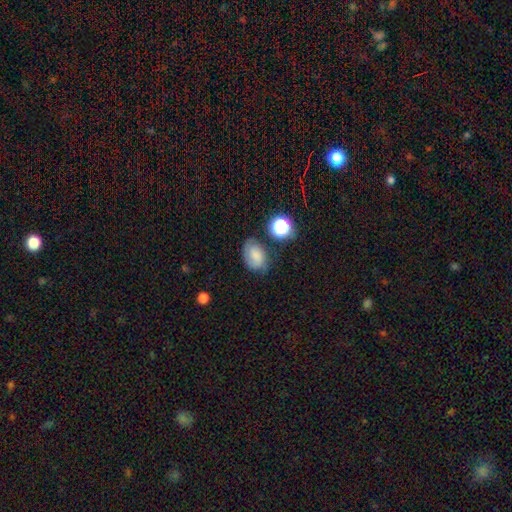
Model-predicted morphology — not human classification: smooth_or_featured: smooth (p=0.61) [alt: featured or disk p=0.25]
how_rounded: in between (p=0.73) [alt: round p=0.25]
merging: none (p=0.61) [alt: minor disturbance p=0.26]